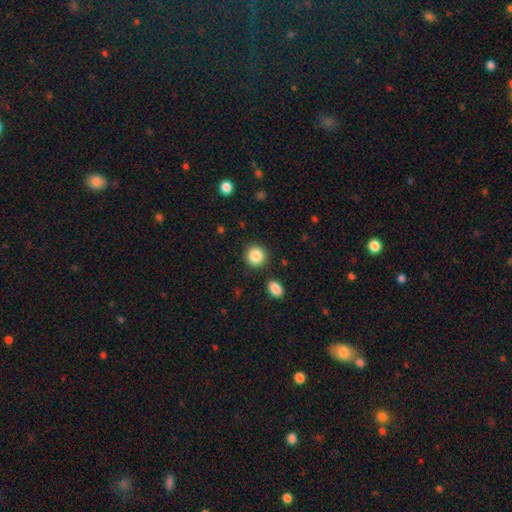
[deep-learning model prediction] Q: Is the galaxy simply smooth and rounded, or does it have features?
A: smooth — 87%.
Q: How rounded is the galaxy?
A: round — 89%.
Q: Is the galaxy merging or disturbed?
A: none — 87%.